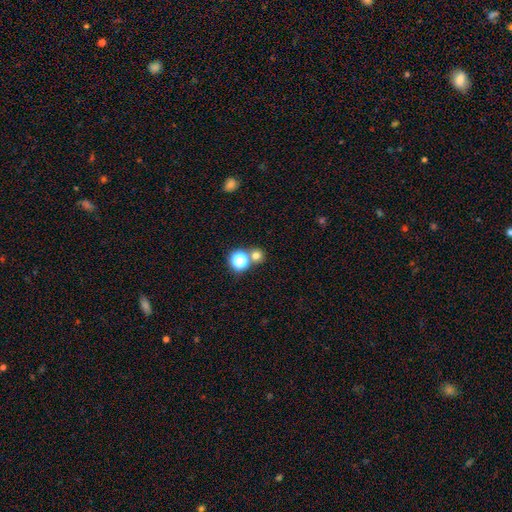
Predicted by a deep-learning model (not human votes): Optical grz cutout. It shows a smooth galaxy with no disk features (69%) that is round (89%). Merging: none (67%).